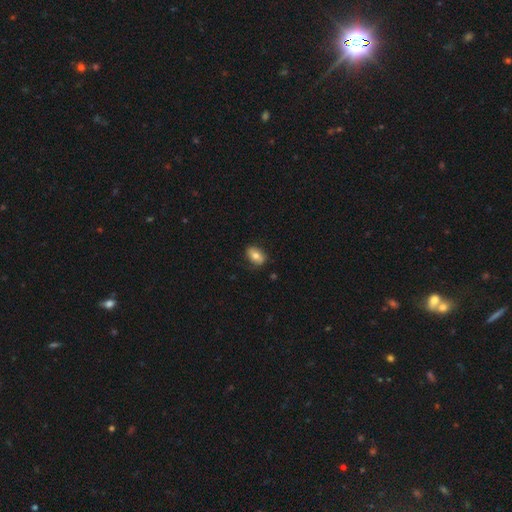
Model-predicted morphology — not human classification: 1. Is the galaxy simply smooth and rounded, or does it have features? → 74% smooth, 18% featured or disk, 8% star or artifact.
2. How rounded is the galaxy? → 86% in between, 12% round, 2% cigar-shaped.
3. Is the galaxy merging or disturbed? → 81% none, 15% minor disturbance, 3% major disturbance, 1% merger.